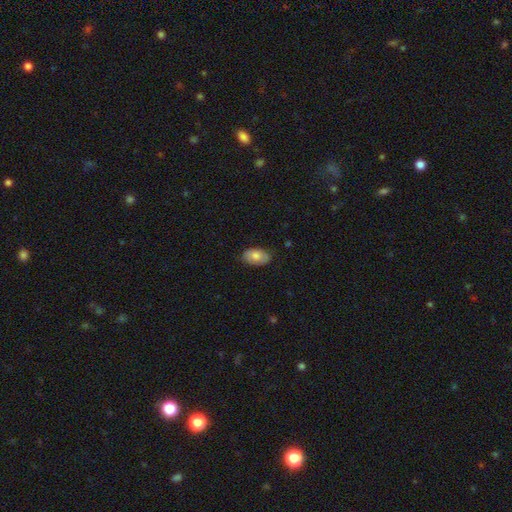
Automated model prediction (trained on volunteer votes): smooth 77%, featured or disk 16%, star or artifact 7%. Down the decision tree: how rounded — in between (93%); merging — none (81%).